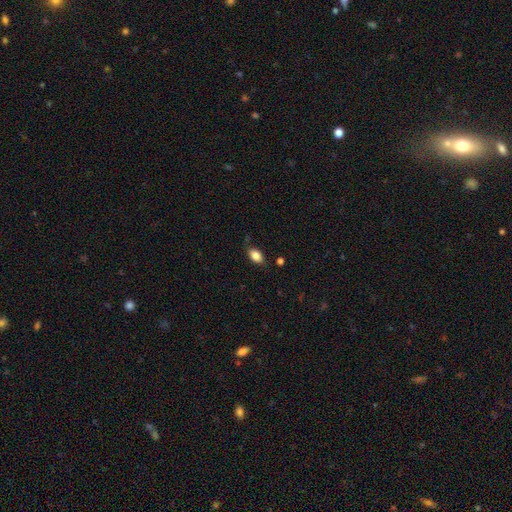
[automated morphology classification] A smooth galaxy with no disk features (85%) that is in between round and cigar-shaped (88%). Merging: none (80%).